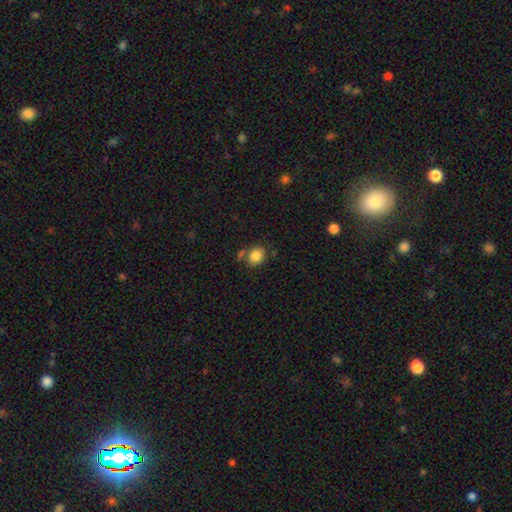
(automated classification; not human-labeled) Smooth or featured? smooth (85%)
How rounded? round (64%)
Merging? none (64%)